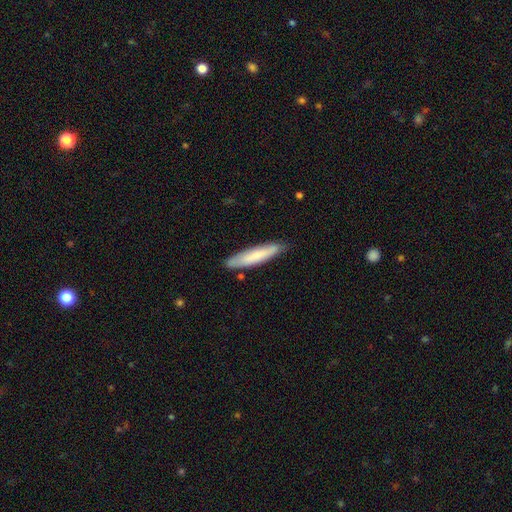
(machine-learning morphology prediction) Overall: smooth (73%). How rounded: cigar-shaped (87%). Merging: none (83%).